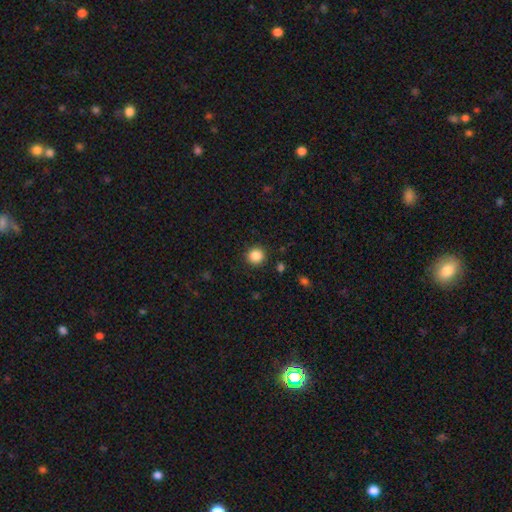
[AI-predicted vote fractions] Smooth or featured: smooth — 86% (star or artifact — 10%)
How rounded: round — 94% (in between — 5%)
Merging: none — 91% (minor disturbance — 5%)